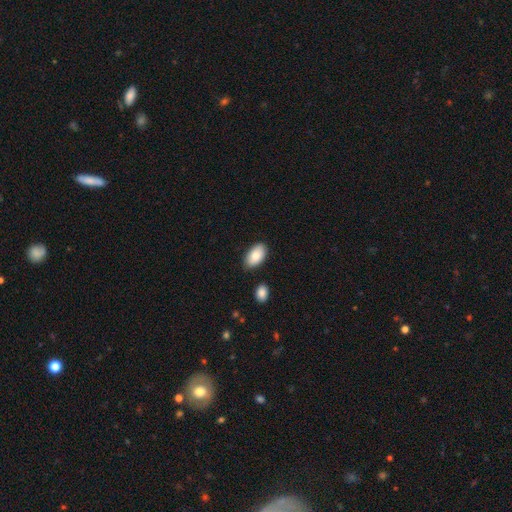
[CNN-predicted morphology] This appears to be a smooth galaxy with no disk features (86%) that is in between round and cigar-shaped (95%). Merging: none (83%).